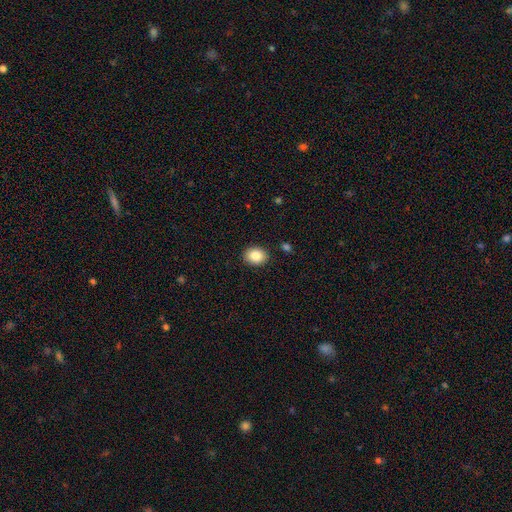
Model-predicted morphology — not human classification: This is clearly a smooth galaxy (86%). How rounded: possibly in between (54%). Merging: clearly none (89%).